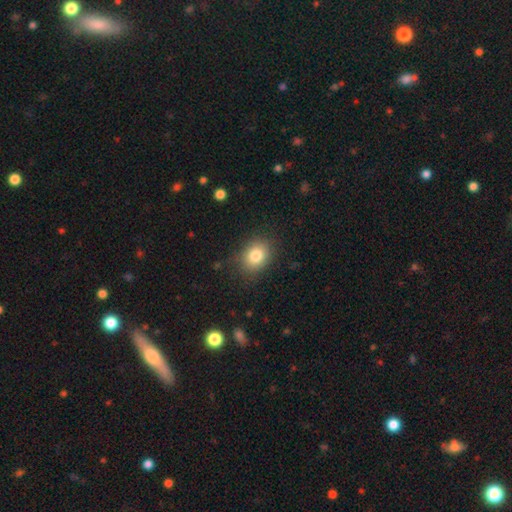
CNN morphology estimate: smooth_or_featured: smooth (p=0.81) [alt: star or artifact p=0.10]
how_rounded: in between (p=0.53) [alt: round p=0.46]
merging: none (p=0.82) [alt: minor disturbance p=0.13]